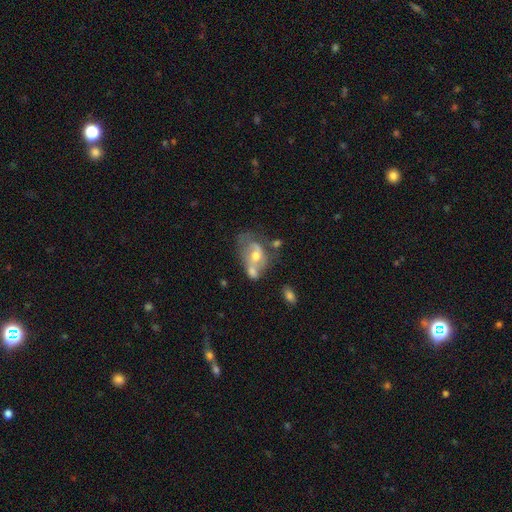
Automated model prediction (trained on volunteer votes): A featured or disk galaxy (54%) with no bar (67%), no spiral arms (51%) and a moderate central bulge (69%).

Vote fractions:
- Smooth or featured? featured or disk: 54% / smooth: 37% / star or artifact: 9%
- Edge-on disk? no: 95% / yes: 5%
- Bar? no: 67% / weak: 26% / strong: 7%
- Spiral arms? no: 51% / yes: 49%
- Bulge size? moderate: 69% / small: 17% / large: 10% / none: 3% / dominant: 1%
- Merging? merger: 46% / none: 21% / major disturbance: 17% / minor disturbance: 16%